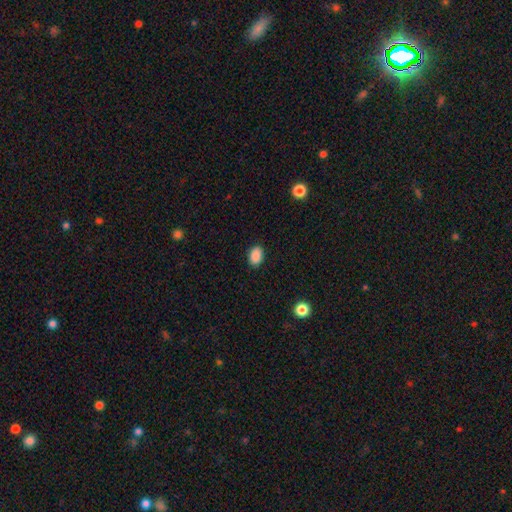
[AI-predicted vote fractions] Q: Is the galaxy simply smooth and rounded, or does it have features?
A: smooth — 89%.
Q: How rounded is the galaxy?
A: in between — 81%.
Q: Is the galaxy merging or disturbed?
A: none — 88%.